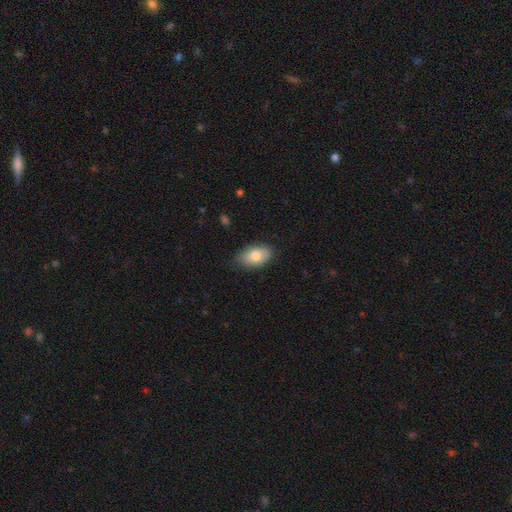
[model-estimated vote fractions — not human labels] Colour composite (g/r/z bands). It shows a smooth galaxy with no disk features (78%) that is in between round and cigar-shaped (91%). Merging: none (76%).